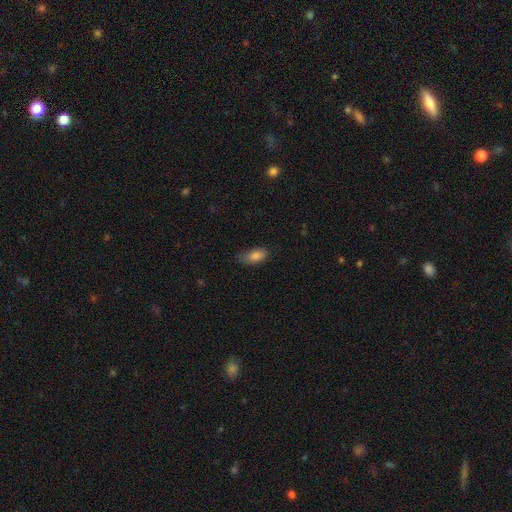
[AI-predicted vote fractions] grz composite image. It shows a smooth galaxy with no disk features (84%) that is in between round and cigar-shaped (89%). Merging: none (61%).